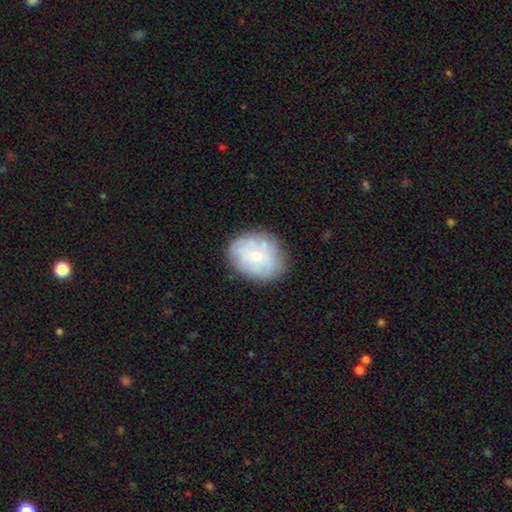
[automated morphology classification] Smooth or featured? Predicted: smooth (p=0.53). How rounded? Predicted: round (p=0.56). Merging? Predicted: none (p=0.73).